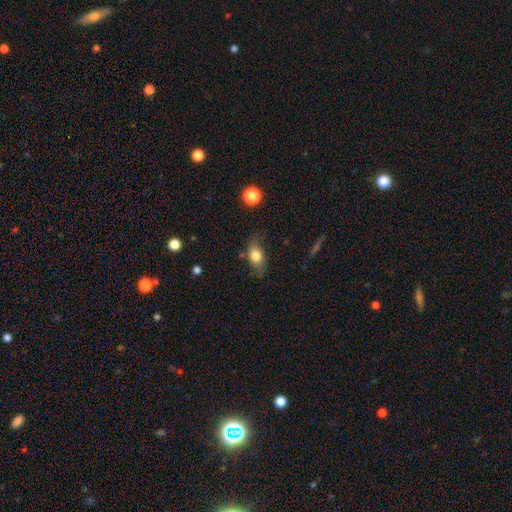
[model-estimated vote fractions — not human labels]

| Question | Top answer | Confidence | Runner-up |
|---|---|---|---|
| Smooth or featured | smooth | 75% | featured or disk (17%) |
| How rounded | in between | 75% | round (19%) |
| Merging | none | 68% | minor disturbance (23%) |